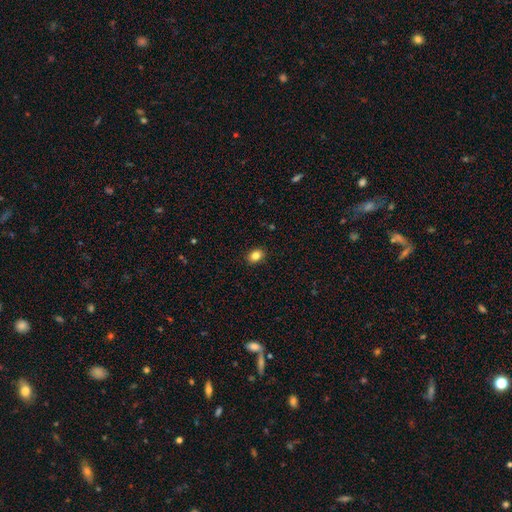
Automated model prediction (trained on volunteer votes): Smooth or featured? smooth (84%)
How rounded? in between (65%)
Merging? none (90%)